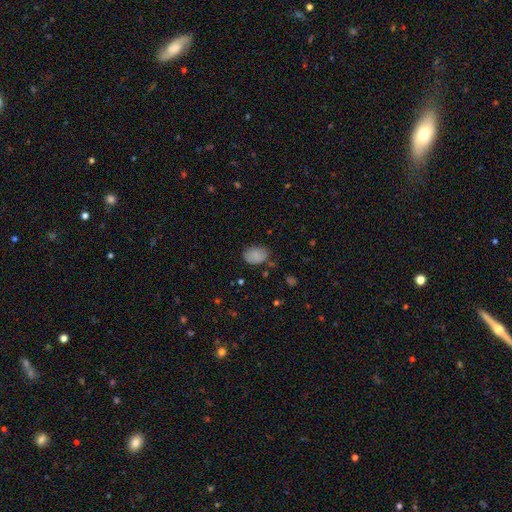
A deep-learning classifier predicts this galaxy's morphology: Overall: smooth (85%). How rounded: in between (75%). Merging: none (73%).